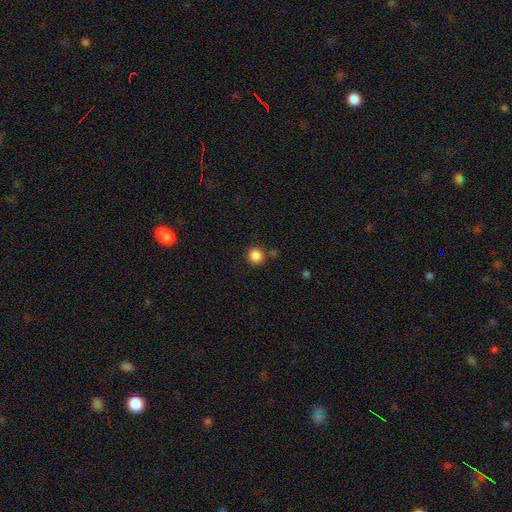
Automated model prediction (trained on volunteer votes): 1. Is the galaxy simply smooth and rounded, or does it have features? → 86% smooth, 11% star or artifact, 3% featured or disk.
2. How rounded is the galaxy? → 94% round, 5% in between, 1% cigar-shaped.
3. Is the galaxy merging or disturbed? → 83% none, 9% minor disturbance, 6% merger, 3% major disturbance.